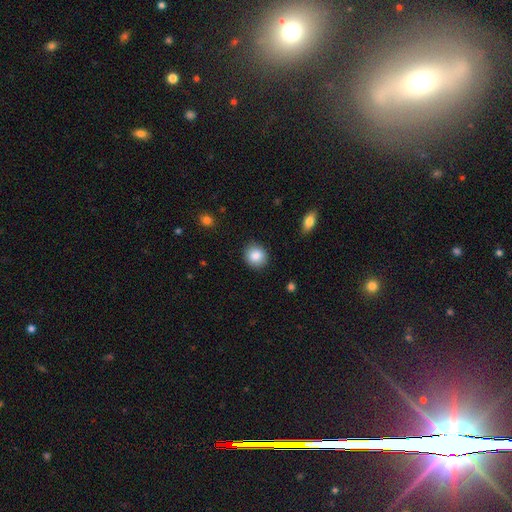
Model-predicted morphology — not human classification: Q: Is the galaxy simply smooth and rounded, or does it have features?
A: smooth — 87%.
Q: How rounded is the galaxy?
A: round — 78%.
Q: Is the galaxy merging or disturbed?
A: none — 89%.